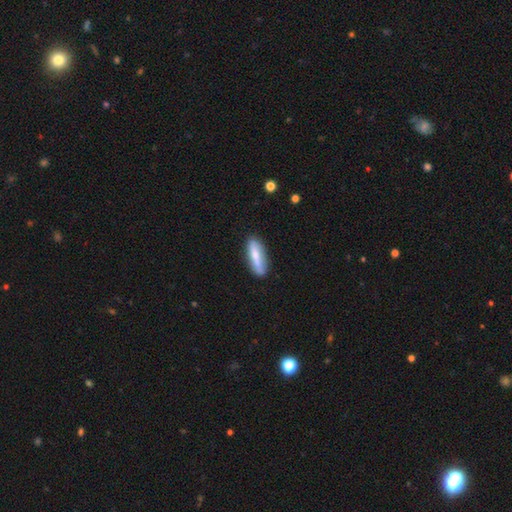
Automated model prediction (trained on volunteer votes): smooth 62%, featured or disk 32%, star or artifact 6%. Down the decision tree: how rounded — cigar-shaped (50%); merging — none (82%).